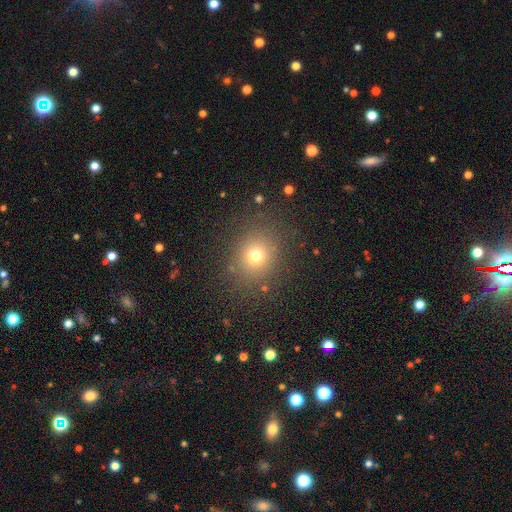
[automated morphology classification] A smooth galaxy with no disk features (71%) that is round (76%).

Vote fractions:
- Smooth or featured? smooth: 71% / star or artifact: 19% / featured or disk: 9%
- How rounded? round: 76% / in between: 23% / cigar-shaped: 1%
- Merging? none: 85% / minor disturbance: 9% / major disturbance: 4% / merger: 2%